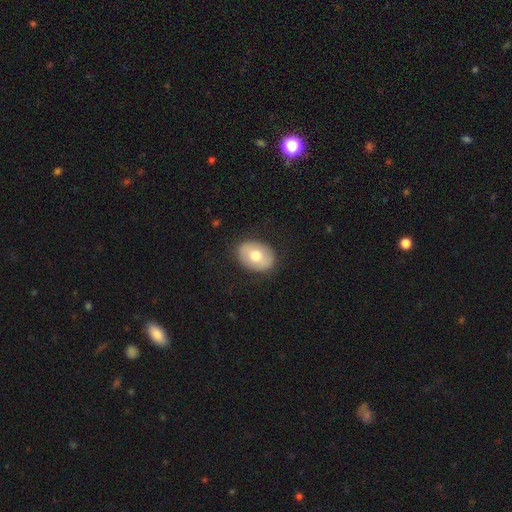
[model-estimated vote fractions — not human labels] Smooth or featured? Predicted: smooth (p=0.68). How rounded? Predicted: in between (p=0.73). Merging? Predicted: none (p=0.87).